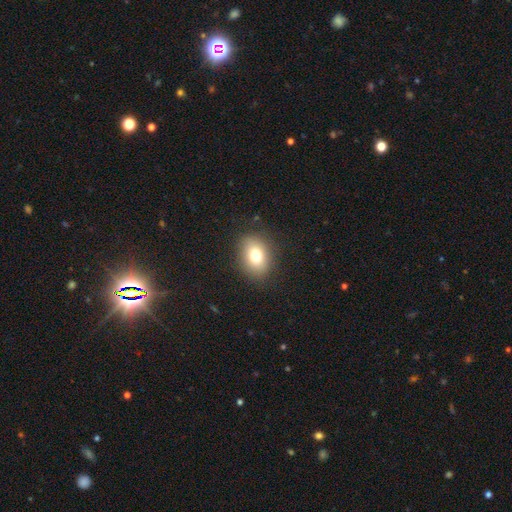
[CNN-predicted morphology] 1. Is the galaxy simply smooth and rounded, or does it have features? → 77% smooth, 12% featured or disk, 11% star or artifact.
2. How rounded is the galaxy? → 67% in between, 32% round, 1% cigar-shaped.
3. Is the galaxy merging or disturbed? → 85% none, 10% minor disturbance, 4% major disturbance, 1% merger.